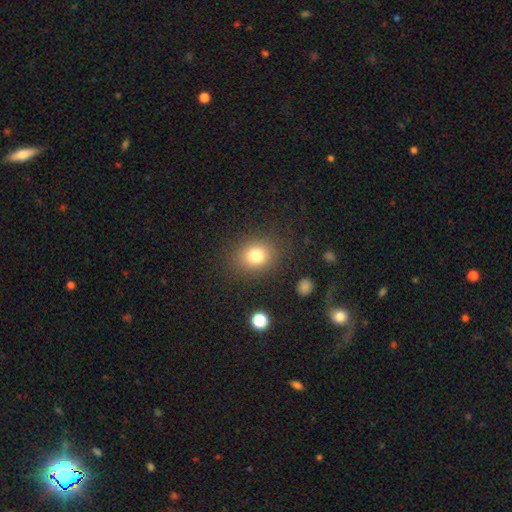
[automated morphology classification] smooth_or_featured: smooth (p=0.78) [alt: star or artifact p=0.13]
how_rounded: round (p=0.63) [alt: in between p=0.36]
merging: none (p=0.85) [alt: minor disturbance p=0.09]